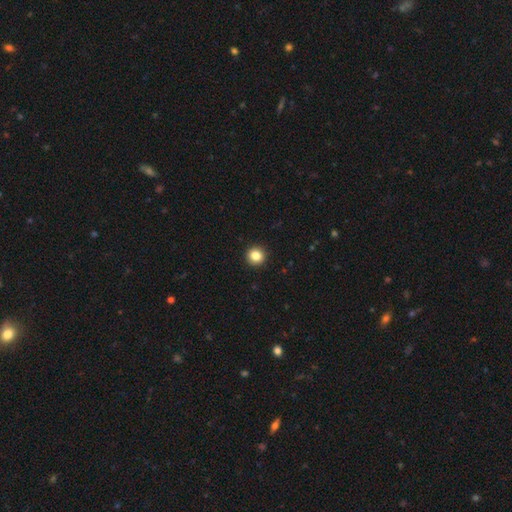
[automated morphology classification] Smooth or featured?
  - smooth: 85% *
  - star or artifact: 10%
  - featured or disk: 5%
How rounded?
  - round: 94% *
  - in between: 5%
  - cigar-shaped: 1%
Merging?
  - none: 94% *
  - minor disturbance: 4%
  - major disturbance: 1%
  - merger: 1%